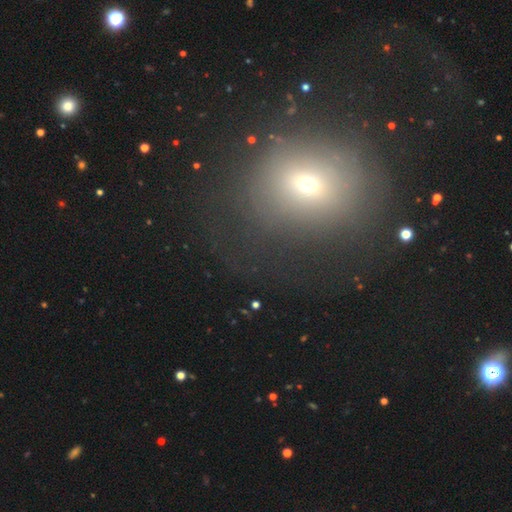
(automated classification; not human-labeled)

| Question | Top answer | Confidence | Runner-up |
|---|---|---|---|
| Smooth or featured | smooth | 50% | star or artifact (37%) |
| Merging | none | 74% | minor disturbance (13%) |